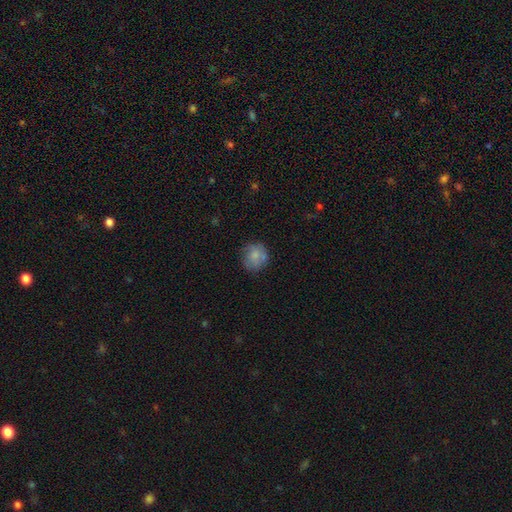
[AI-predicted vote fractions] Morphology: type=smooth (74%); roundness=round (83%); merging=none (68%).